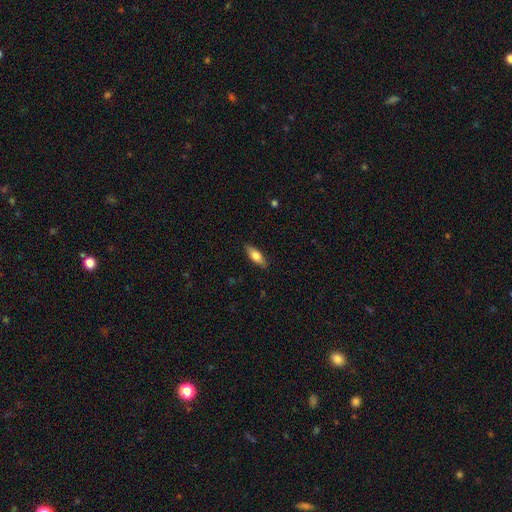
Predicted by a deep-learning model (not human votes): Q: Smooth or featured?
A: smooth (70%); runner-up: featured or disk (24%)
Q: How rounded?
A: in between (66%); runner-up: cigar-shaped (31%)
Q: Merging?
A: none (87%); runner-up: minor disturbance (10%)